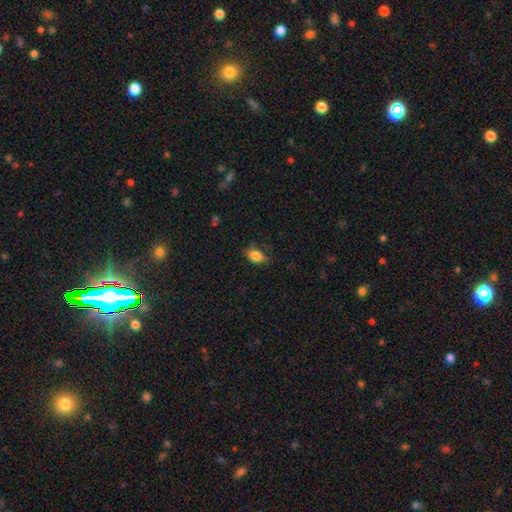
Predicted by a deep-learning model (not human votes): Smooth or featured? Predicted: smooth (p=0.84). How rounded? Predicted: in between (p=0.84). Merging? Predicted: none (p=0.67).